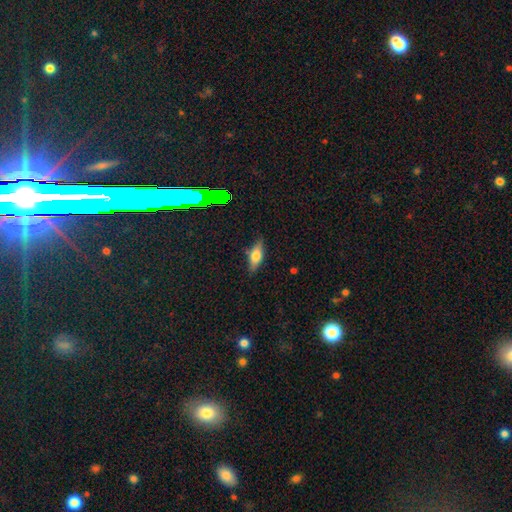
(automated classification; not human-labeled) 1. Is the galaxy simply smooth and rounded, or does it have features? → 60% smooth, 31% featured or disk, 9% star or artifact.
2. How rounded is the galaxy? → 69% in between, 28% cigar-shaped, 4% round.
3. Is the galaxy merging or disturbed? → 82% none, 13% minor disturbance, 3% major disturbance, 2% merger.